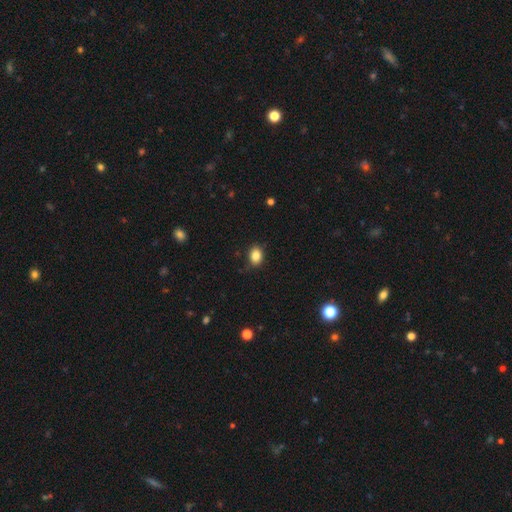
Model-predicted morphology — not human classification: Smooth or featured?
  - smooth: 85% *
  - star or artifact: 9%
  - featured or disk: 5%
How rounded?
  - in between: 66% *
  - round: 33%
  - cigar-shaped: 1%
Merging?
  - none: 85% *
  - minor disturbance: 11%
  - major disturbance: 2%
  - merger: 1%